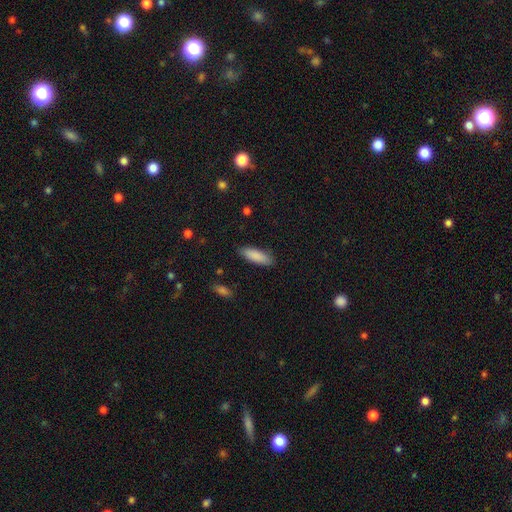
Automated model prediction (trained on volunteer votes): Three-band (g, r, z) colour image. It shows a smooth galaxy with no disk features (88%) that is in between round and cigar-shaped (57%). Merging: none (87%).